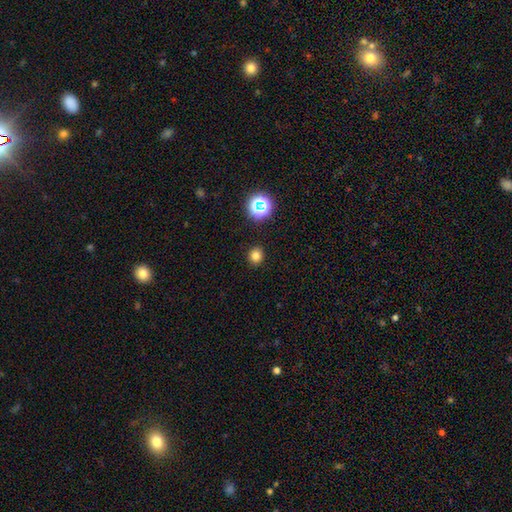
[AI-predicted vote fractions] This is likely a smooth galaxy (77%). How rounded: clearly round (83%). Merging: clearly none (90%).